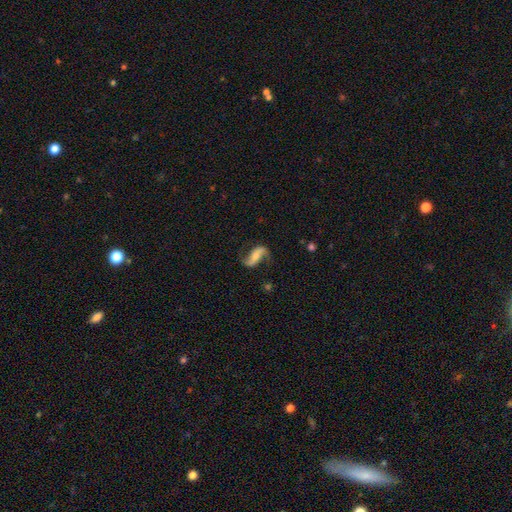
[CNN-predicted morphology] This is likely a featured or disk galaxy (78%). It is clearly not viewed edge-on (94%). Bar: marginally no (36%). Spiral arm pattern: clearly yes (94%). Spiral arm count: clearly 2 (92%). Spiral winding: likely loose (76%). Central bulge: possibly small (45%). Merging: likely none (72%).